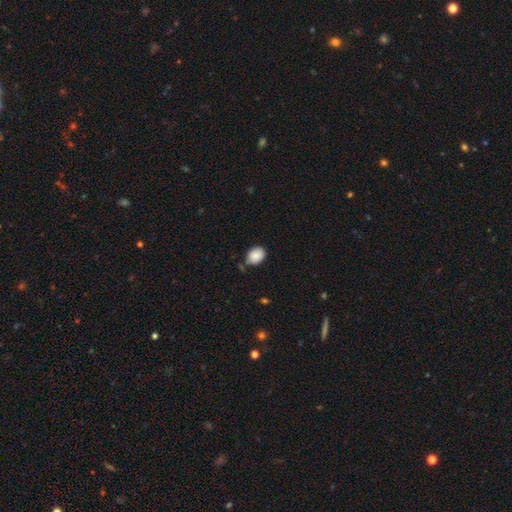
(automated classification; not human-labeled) This is clearly a smooth galaxy (89%). How rounded: possibly in between (59%). Merging: likely none (73%).